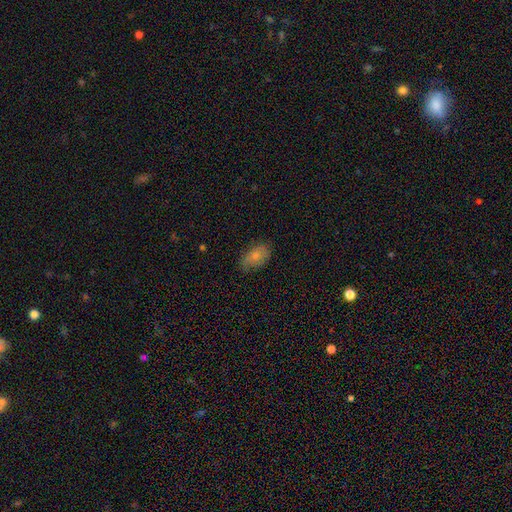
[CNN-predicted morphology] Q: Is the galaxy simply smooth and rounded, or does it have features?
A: smooth — 79%.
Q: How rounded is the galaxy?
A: in between — 91%.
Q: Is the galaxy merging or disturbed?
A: none — 66%.